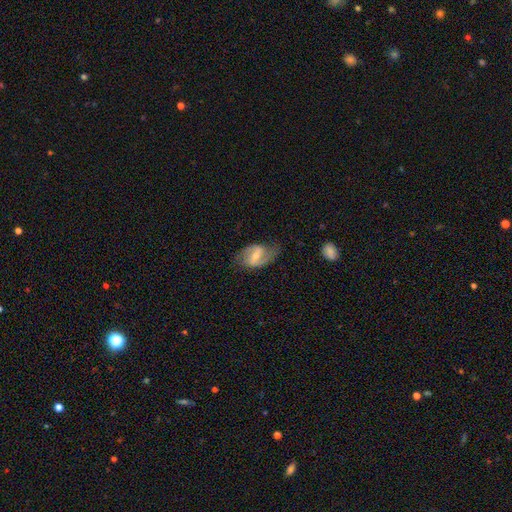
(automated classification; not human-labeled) A featured or disk galaxy (79%) with a weak bar (49%), 2 (88%) medium (44%) spiral arms (91%) and a small central bulge (47%, tied with moderate). Merging: none (70%).